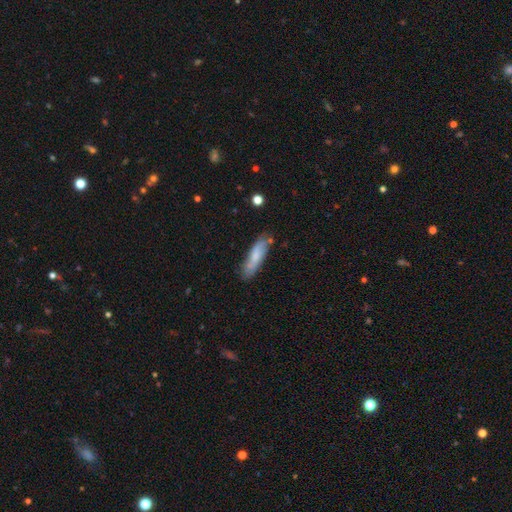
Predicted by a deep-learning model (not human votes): This is likely a smooth galaxy (70%). How rounded: likely cigar-shaped (65%). Merging: likely none (73%).